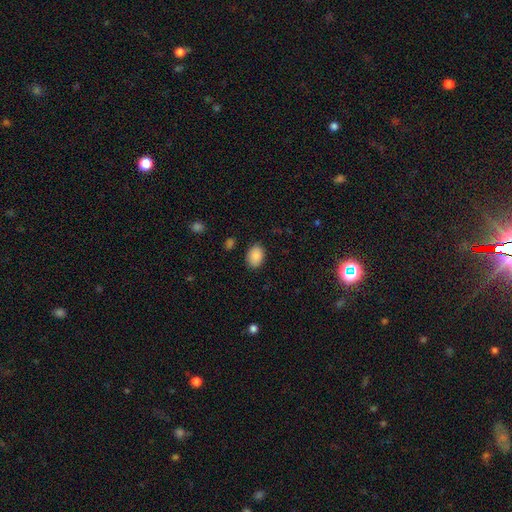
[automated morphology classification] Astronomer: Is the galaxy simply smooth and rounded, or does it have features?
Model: smooth — 88%.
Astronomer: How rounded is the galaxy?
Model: in between — 78%.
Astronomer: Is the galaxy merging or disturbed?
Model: none — 85%.